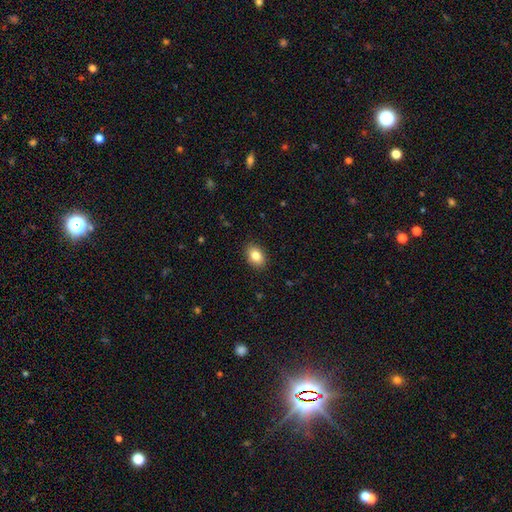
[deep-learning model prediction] Smooth or featured?
  - smooth: 83% *
  - star or artifact: 8%
  - featured or disk: 8%
How rounded?
  - in between: 81% *
  - round: 18%
  - cigar-shaped: 1%
Merging?
  - none: 89% *
  - minor disturbance: 9%
  - major disturbance: 2%
  - merger: 1%